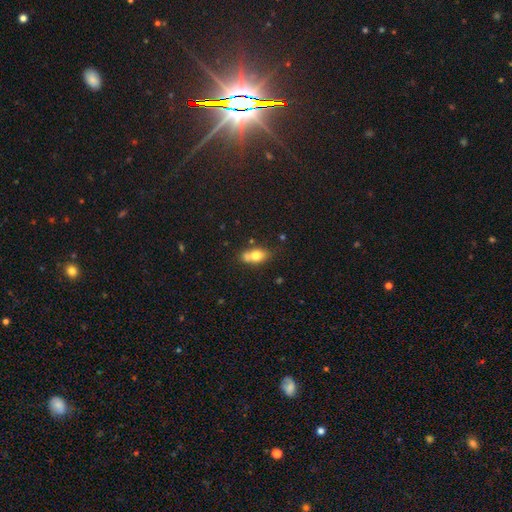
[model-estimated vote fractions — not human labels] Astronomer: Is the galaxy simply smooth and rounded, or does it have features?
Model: smooth — 71%.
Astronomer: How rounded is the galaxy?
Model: in between — 75%.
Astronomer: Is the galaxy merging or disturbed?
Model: none — 49% (runner-up: merger, 25%).